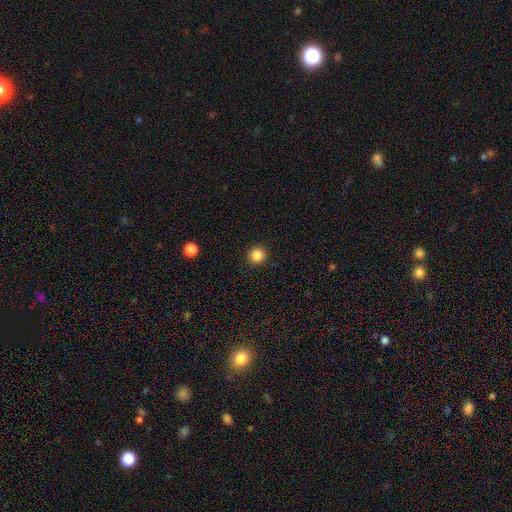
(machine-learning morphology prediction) The model was most divided on "smooth or featured": smooth: 86%, star or artifact: 11%, featured or disk: 3%. More confident: how rounded — round (95%); merging — none (92%).